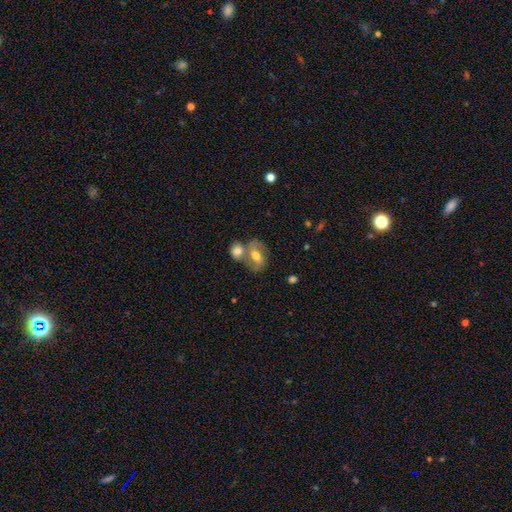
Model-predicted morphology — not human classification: A featured or disk galaxy (53%).

Vote fractions:
- Smooth or featured? featured or disk: 53% / smooth: 37% / star or artifact: 11%
- Edge-on disk? no: 94% / yes: 6%
- Merging? merger: 43% / none: 42% / minor disturbance: 11% / major disturbance: 5%